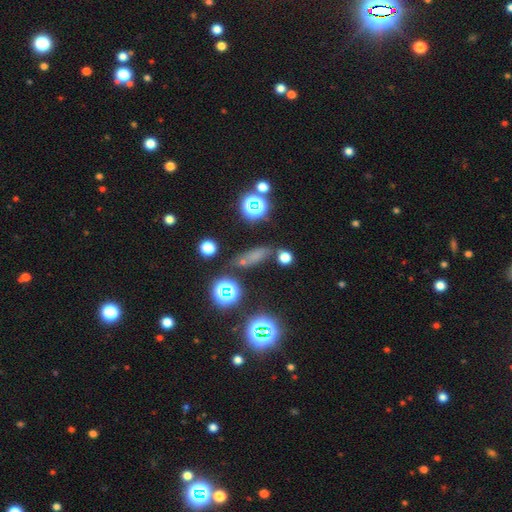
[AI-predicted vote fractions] This appears to be a smooth galaxy with no disk features (60%) that is cigar-shaped (48%). Merging: none (66%).